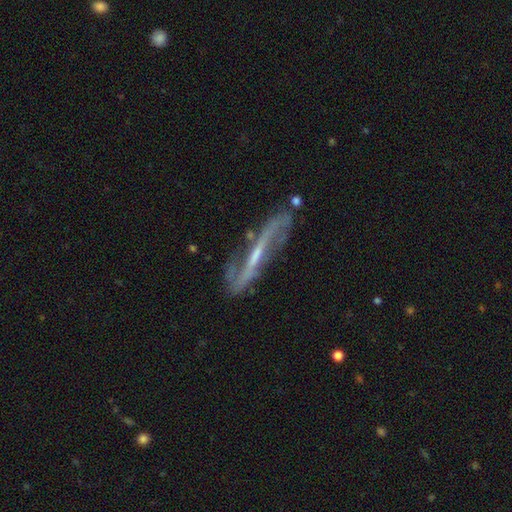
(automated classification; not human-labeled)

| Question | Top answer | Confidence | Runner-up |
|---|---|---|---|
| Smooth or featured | featured or disk | 82% | smooth (12%) |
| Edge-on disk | no | 54% | yes (46%) |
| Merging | none | 67% | minor disturbance (20%) |